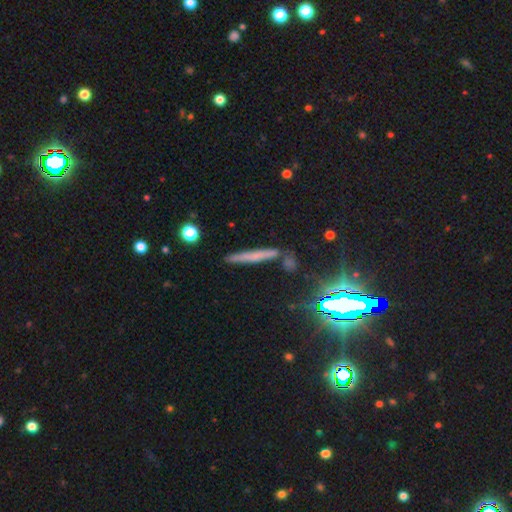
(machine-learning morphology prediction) Smooth or featured?
  - smooth: 52% *
  - featured or disk: 30%
  - star or artifact: 18%
How rounded?
  - cigar-shaped: 92% *
  - in between: 4%
  - round: 3%
Merging?
  - none: 81% *
  - minor disturbance: 11%
  - merger: 5%
  - major disturbance: 3%